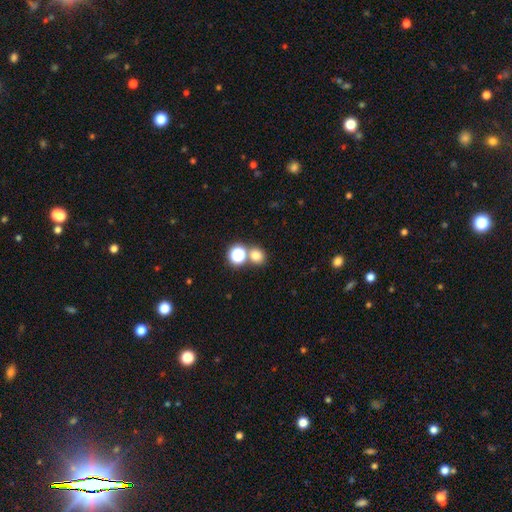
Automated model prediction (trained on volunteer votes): Overall: smooth (74%). How rounded: round (78%). Merging: none (65%).